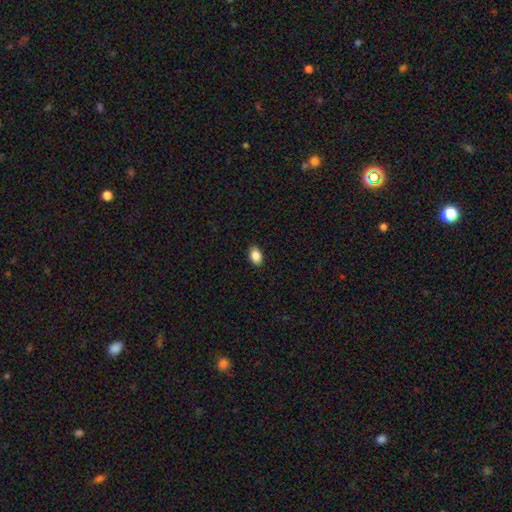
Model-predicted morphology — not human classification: Smooth or featured?
  - smooth: 87% *
  - star or artifact: 8%
  - featured or disk: 5%
How rounded?
  - in between: 84% *
  - round: 15%
  - cigar-shaped: 1%
Merging?
  - none: 88% *
  - minor disturbance: 9%
  - major disturbance: 2%
  - merger: 1%